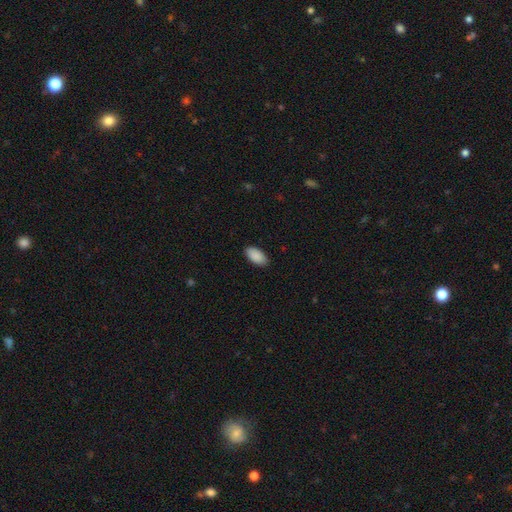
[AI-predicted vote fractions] Morphology: type=smooth (91%); roundness=in between (95%); merging=none (88%).